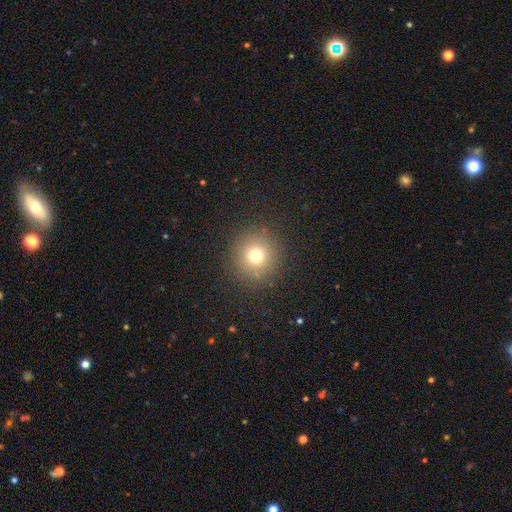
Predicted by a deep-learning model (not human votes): This appears to be a smooth galaxy with no disk features (72%) that is round (94%). Merging: none (88%).